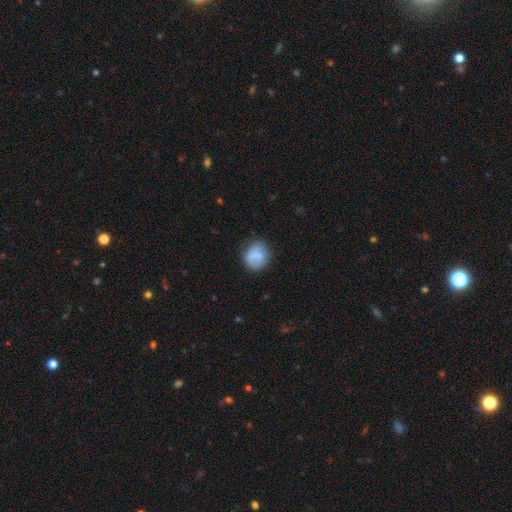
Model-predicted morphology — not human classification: smooth_or_featured: smooth (p=0.78) [alt: featured or disk p=0.14]
how_rounded: round (p=0.77) [alt: in between p=0.22]
merging: none (p=0.71) [alt: minor disturbance p=0.21]